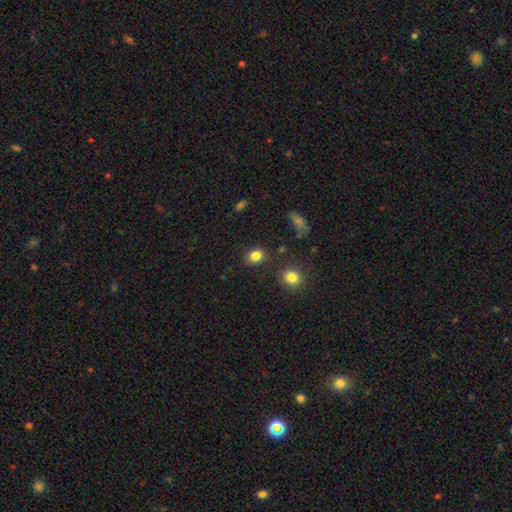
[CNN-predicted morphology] smooth 84%, star or artifact 11%, featured or disk 5%. Down the decision tree: how rounded — round (53%); merging — none (84%).